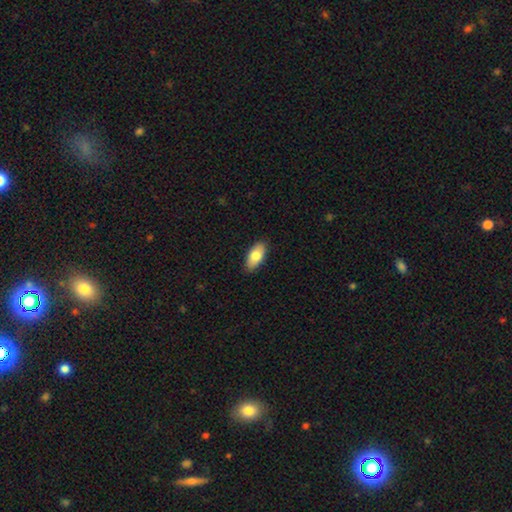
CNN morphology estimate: A smooth galaxy with no disk features (81%) that is in between round and cigar-shaped (90%). Merging: none (88%).